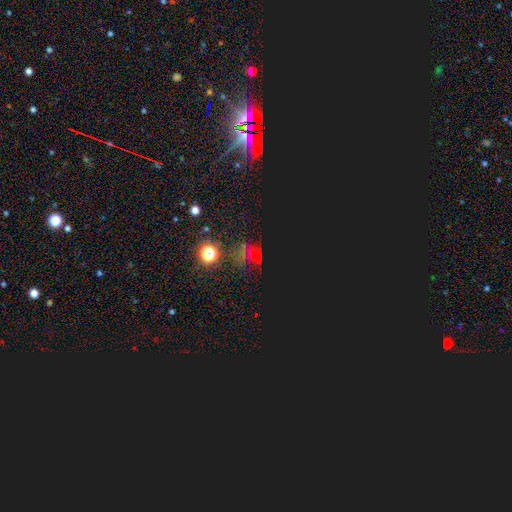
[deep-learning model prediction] A star or artifact, not a galaxy (70%).